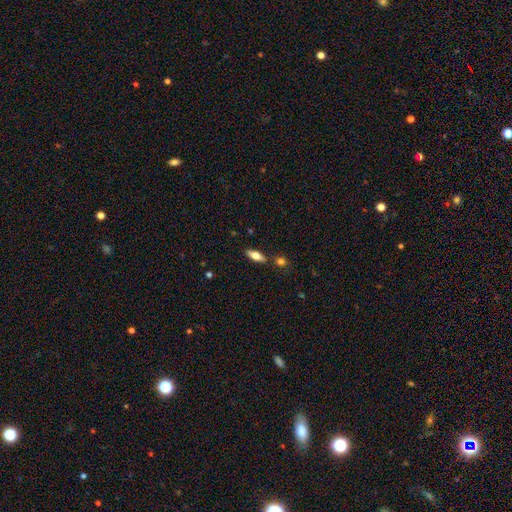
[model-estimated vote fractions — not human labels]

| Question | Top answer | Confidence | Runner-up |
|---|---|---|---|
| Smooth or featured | smooth | 64% | featured or disk (29%) |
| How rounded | in between | 69% | cigar-shaped (28%) |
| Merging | none | 78% | minor disturbance (11%) |